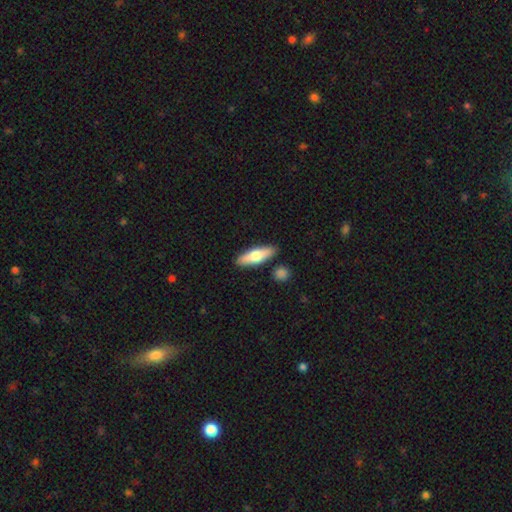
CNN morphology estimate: A smooth galaxy with no disk features (61%) that is cigar-shaped (49%).

Vote fractions:
- Smooth or featured? smooth: 61% / featured or disk: 33% / star or artifact: 6%
- How rounded? cigar-shaped: 49% / in between: 48% / round: 3%
- Merging? none: 85% / minor disturbance: 9% / merger: 4% / major disturbance: 2%